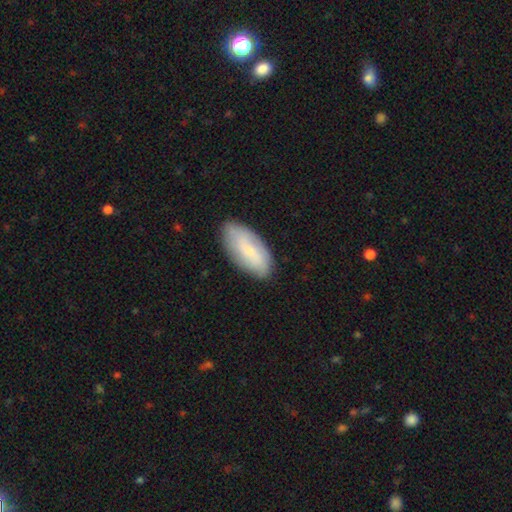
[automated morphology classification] smooth-or-featured: smooth: 60% | featured or disk: 34% | star or artifact: 7%
  how-rounded: in between: 91% | cigar-shaped: 6% | round: 3%
  merging: none: 79% | minor disturbance: 15% | major disturbance: 4% | merger: 2%